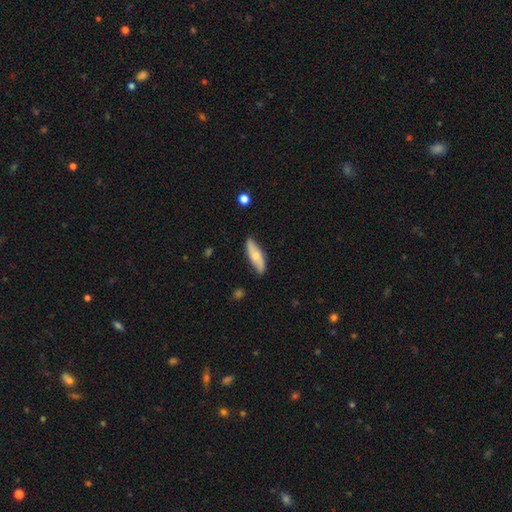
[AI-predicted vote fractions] Smooth or featured?
  - smooth: 61% *
  - featured or disk: 33%
  - star or artifact: 6%
How rounded?
  - in between: 51% *
  - cigar-shaped: 47%
  - round: 2%
Merging?
  - none: 80% *
  - minor disturbance: 15%
  - major disturbance: 3%
  - merger: 2%